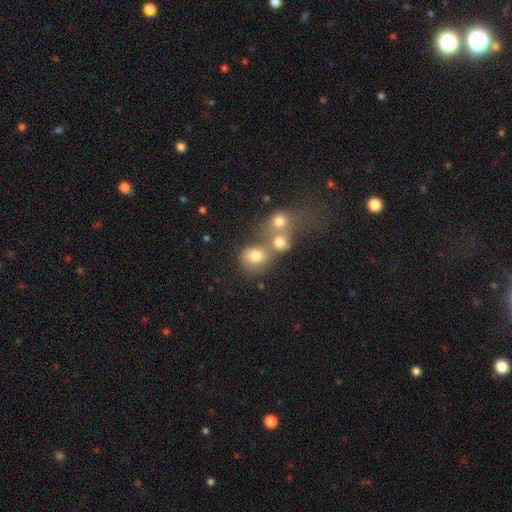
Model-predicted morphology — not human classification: smooth_or_featured: smooth (p=0.74) [alt: star or artifact p=0.14]
how_rounded: round (p=0.76) [alt: in between p=0.23]
merging: merger (p=0.42) [tied with: none p=0.42]